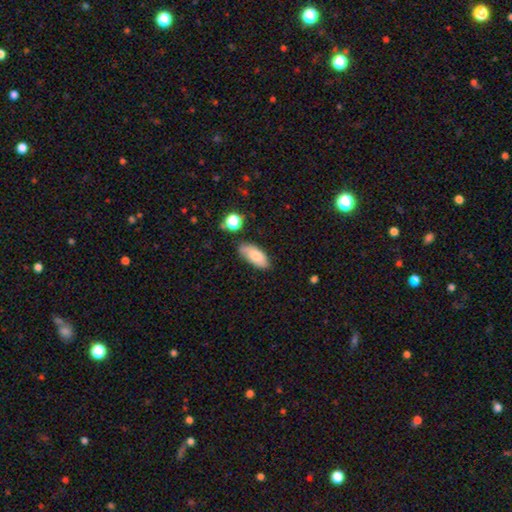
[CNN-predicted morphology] Smooth or featured? Predicted: smooth (p=0.78). How rounded? Predicted: in between (p=0.87). Merging? Predicted: none (p=0.69).